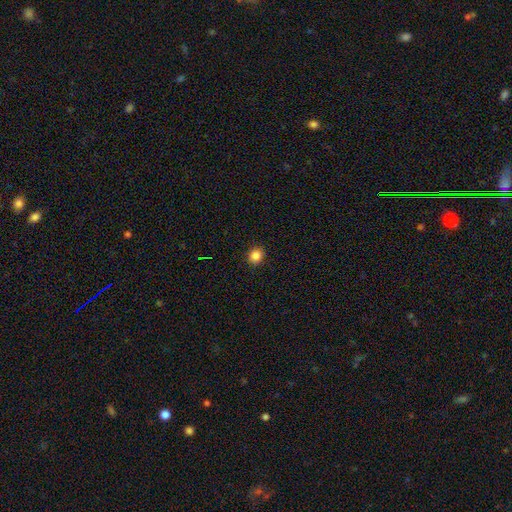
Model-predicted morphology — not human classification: The model was most divided on "how rounded": round: 86%, in between: 13%, cigar-shaped: 1%. More confident: merging — none (92%); smooth or featured — smooth (85%).